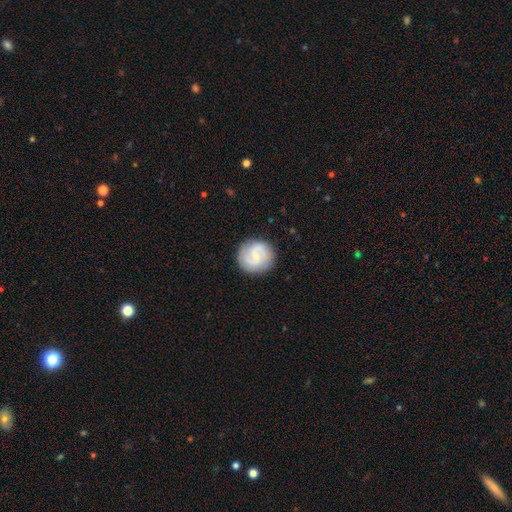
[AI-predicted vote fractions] featured or disk 69%, smooth 26%, star or artifact 5%. Down the decision tree: edge-on disk — no (98%); bar — weak (58%); spiral arms — yes (92%); spiral arm count — 2 (85%); spiral winding — medium (47%); bulge size — small (67%); merging — none (86%).